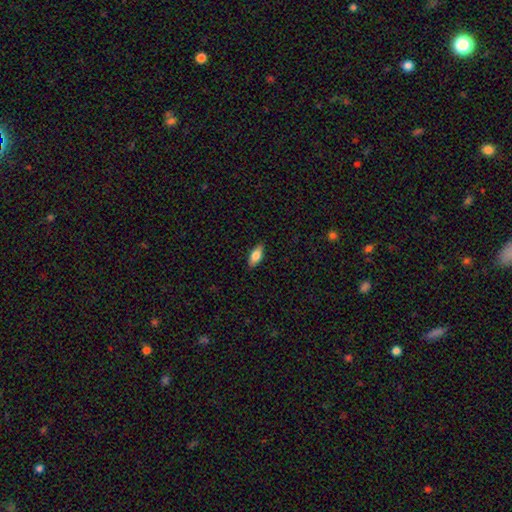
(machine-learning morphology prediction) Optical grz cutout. It shows a smooth galaxy with no disk features (78%) that is in between round and cigar-shaped (84%). Merging: none (88%).